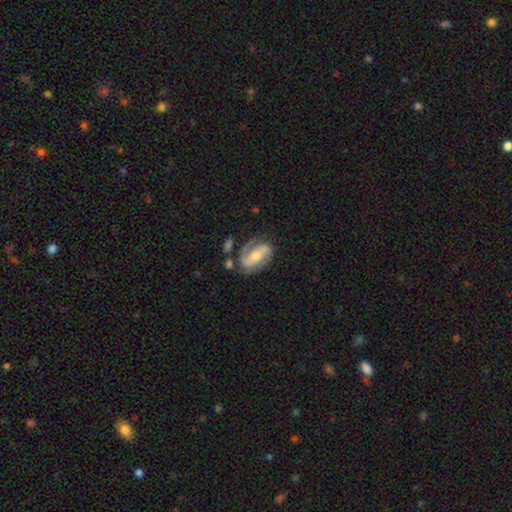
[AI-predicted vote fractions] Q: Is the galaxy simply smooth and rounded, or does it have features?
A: featured or disk — 79%.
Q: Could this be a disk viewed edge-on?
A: no — 96%.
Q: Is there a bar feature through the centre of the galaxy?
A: strong — 37%.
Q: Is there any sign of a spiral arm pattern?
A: yes — 92%.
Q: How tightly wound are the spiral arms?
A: medium — 46%.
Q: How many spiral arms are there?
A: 2 — 78%.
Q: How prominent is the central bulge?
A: moderate — 59%.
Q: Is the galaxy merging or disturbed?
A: none — 63%.